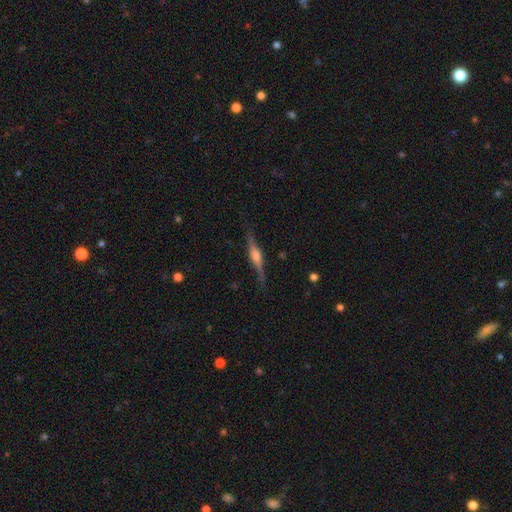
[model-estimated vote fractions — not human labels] Smooth or featured? featured or disk (79%)
Edge-on disk? yes (97%)
Edge-on bulge? rounded (84%)
Merging? none (84%)